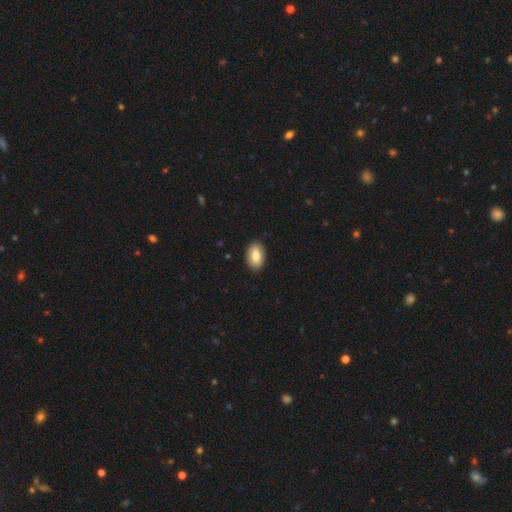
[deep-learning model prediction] Smooth or featured? Predicted: smooth (p=0.81). How rounded? Predicted: in between (p=0.92). Merging? Predicted: none (p=0.88).